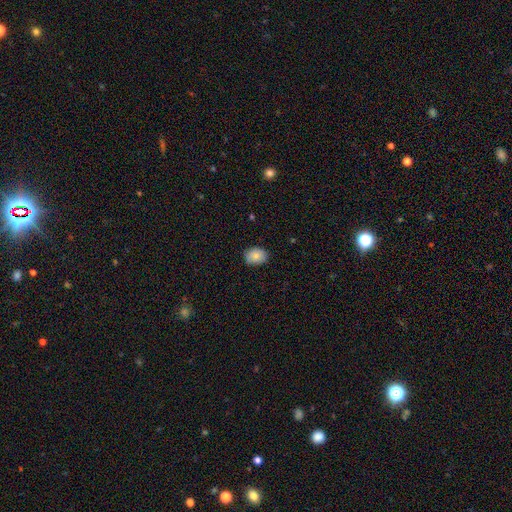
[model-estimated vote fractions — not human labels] smooth-or-featured: smooth: 84% | featured or disk: 9% | star or artifact: 8%
  how-rounded: in between: 66% | round: 33% | cigar-shaped: 1%
  merging: none: 83% | minor disturbance: 14% | major disturbance: 2% | merger: 1%